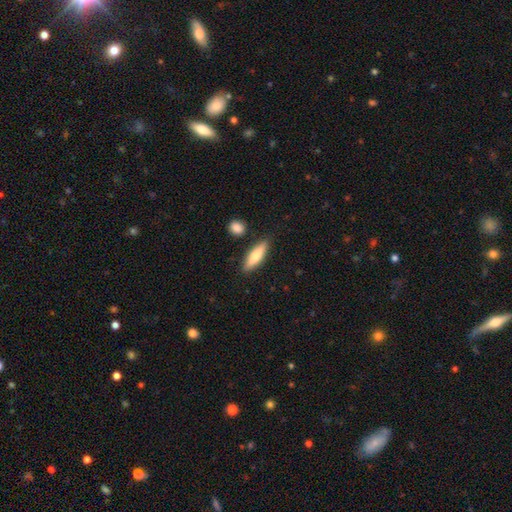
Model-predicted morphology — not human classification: Smooth or featured? Predicted: smooth (p=0.63). How rounded? Predicted: cigar-shaped (p=0.63). Merging? Predicted: none (p=0.85).